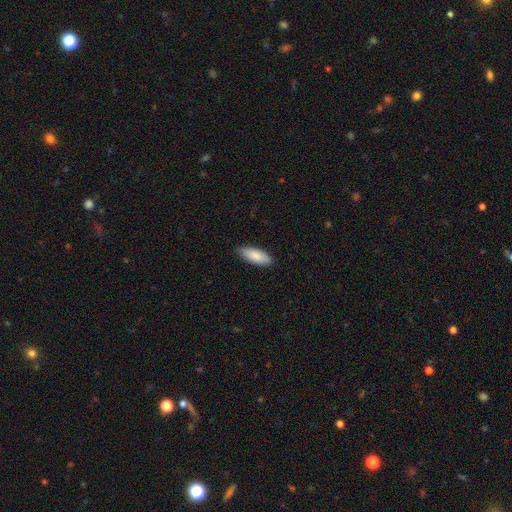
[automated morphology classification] Smooth or featured? smooth (87%)
How rounded? in between (72%)
Merging? none (87%)